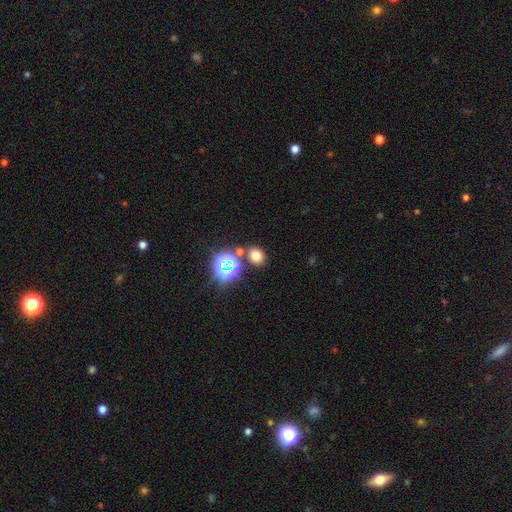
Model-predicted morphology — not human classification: Smooth or featured? Predicted: smooth (p=0.70). How rounded? Predicted: round (p=0.62). Merging? Predicted: none (p=0.78).